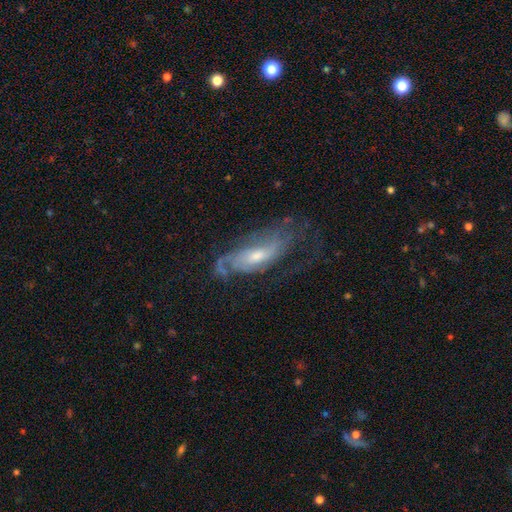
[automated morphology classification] smooth_or_featured: featured or disk (p=0.76) [alt: smooth p=0.17]
disk_edge_on: no (p=0.86) [alt: yes p=0.14]
bar: no (p=0.57) [alt: weak p=0.34]
has_spiral_arms: yes (p=0.86) [alt: no p=0.14]
spiral_winding: medium (p=0.40) [alt: tight p=0.38]
spiral_arm_count: can't tell (p=0.40) [alt: 2 p=0.30]
bulge_size: moderate (p=0.54) [alt: small p=0.38]
merging: none (p=0.49) [alt: major disturbance p=0.26]